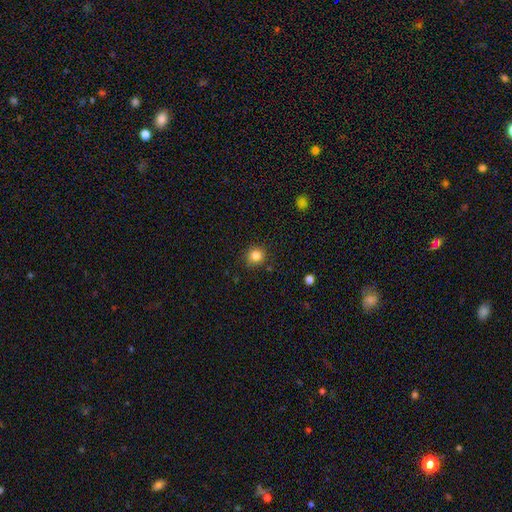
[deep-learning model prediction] smooth_or_featured: smooth (p=0.84) [alt: star or artifact p=0.12]
how_rounded: round (p=0.91) [alt: in between p=0.08]
merging: none (p=0.87) [alt: minor disturbance p=0.09]